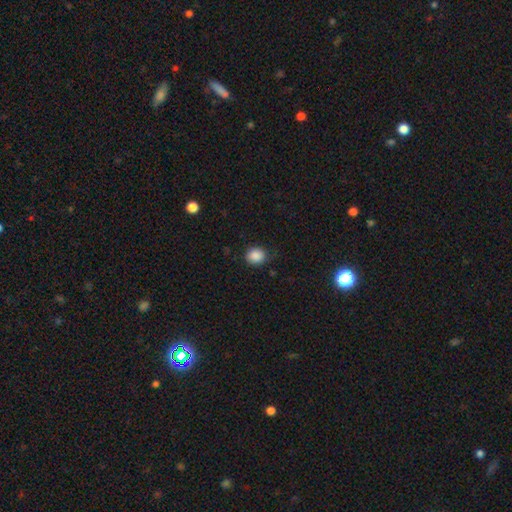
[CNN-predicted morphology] smooth_or_featured: smooth (p=0.87) [alt: star or artifact p=0.10]
how_rounded: round (p=0.73) [alt: in between p=0.26]
merging: none (p=0.80) [alt: minor disturbance p=0.15]